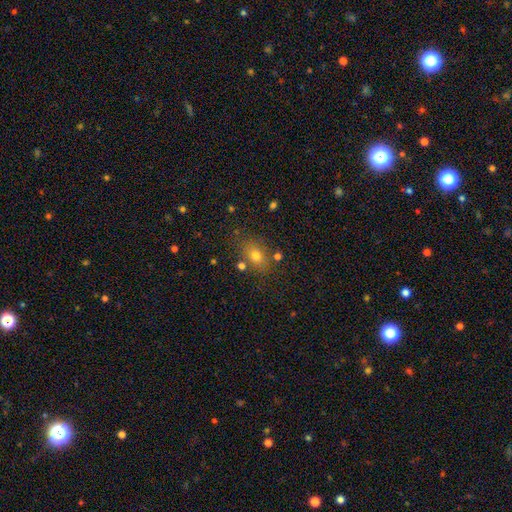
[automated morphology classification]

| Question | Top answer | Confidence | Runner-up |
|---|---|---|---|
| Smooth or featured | smooth | 72% | star or artifact (16%) |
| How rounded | in between | 63% | round (35%) |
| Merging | none | 76% | minor disturbance (13%) |